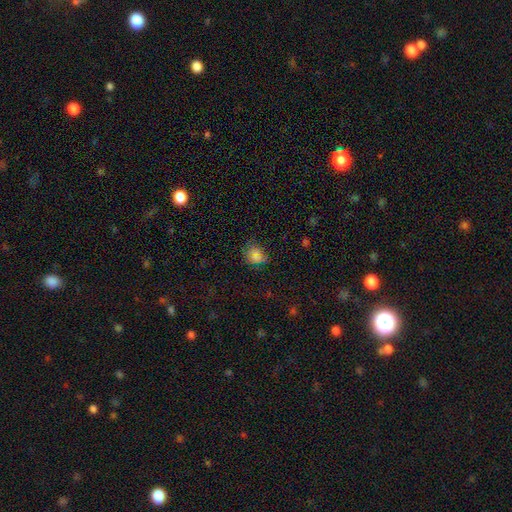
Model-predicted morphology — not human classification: The model was most divided on "how rounded": round: 65%, in between: 33%, cigar-shaped: 1%. More confident: merging — none (76%); smooth or featured — smooth (69%).